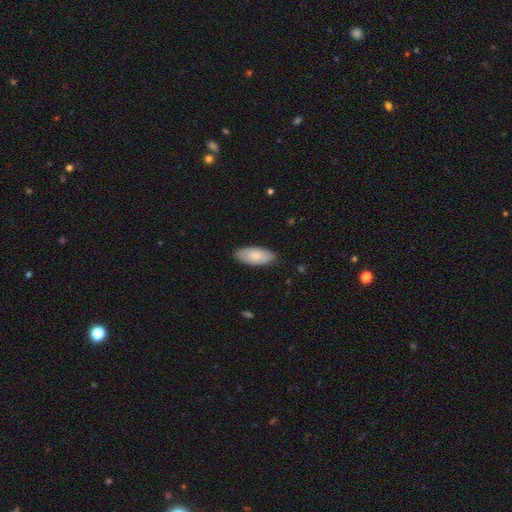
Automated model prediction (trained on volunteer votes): smooth-or-featured: smooth: 75% | featured or disk: 19% | star or artifact: 5%
  how-rounded: in between: 91% | cigar-shaped: 7% | round: 2%
  merging: none: 82% | minor disturbance: 14% | major disturbance: 2% | merger: 1%